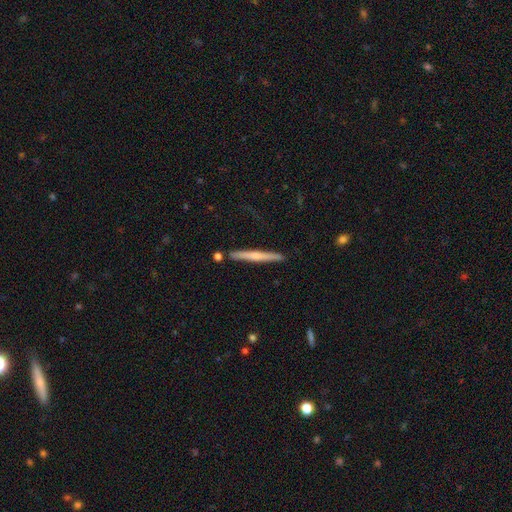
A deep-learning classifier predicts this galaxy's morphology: smooth-or-featured: featured or disk: 48% | smooth: 46% | star or artifact: 6%
  merging: none: 87% | minor disturbance: 9% | merger: 3% | major disturbance: 2%